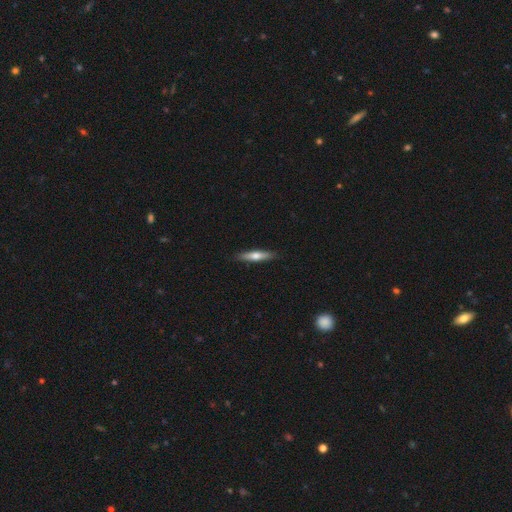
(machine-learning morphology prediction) A smooth galaxy with no disk features (52%) that is cigar-shaped (84%). Merging: none (89%).